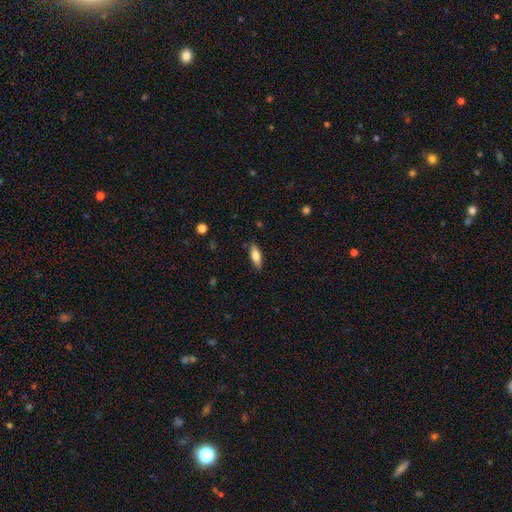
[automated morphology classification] smooth_or_featured: smooth (p=0.72) [alt: featured or disk p=0.21]
how_rounded: in between (p=0.65) [alt: cigar-shaped p=0.33]
merging: none (p=0.86) [alt: minor disturbance p=0.11]